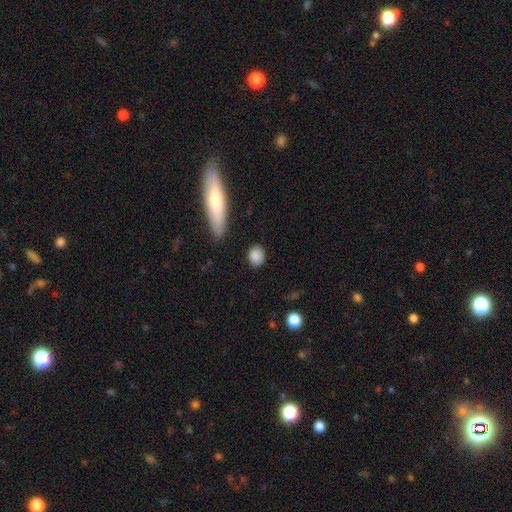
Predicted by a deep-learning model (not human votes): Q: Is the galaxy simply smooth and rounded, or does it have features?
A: smooth — 86%.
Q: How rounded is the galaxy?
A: round — 63%.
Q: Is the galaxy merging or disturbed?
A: none — 84%.